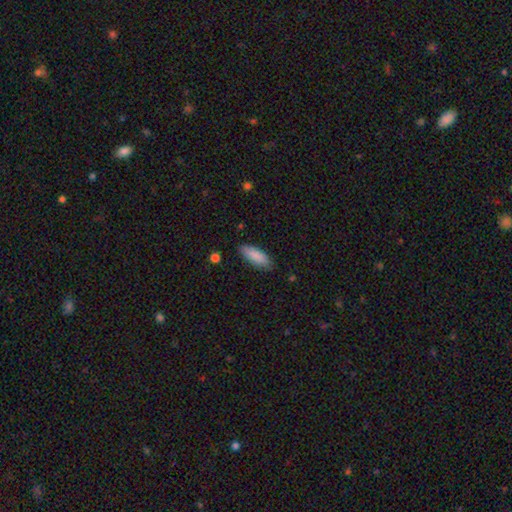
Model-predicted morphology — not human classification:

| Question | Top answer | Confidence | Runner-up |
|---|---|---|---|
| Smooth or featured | smooth | 88% | featured or disk (6%) |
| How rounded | in between | 67% | cigar-shaped (32%) |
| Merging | none | 84% | minor disturbance (13%) |